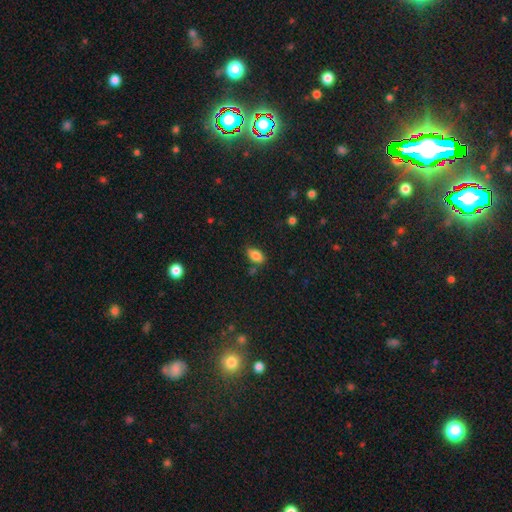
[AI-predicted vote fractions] smooth-or-featured: smooth: 84% | star or artifact: 9% | featured or disk: 7%
  how-rounded: in between: 90% | round: 7% | cigar-shaped: 2%
  merging: none: 75% | minor disturbance: 17% | merger: 5% | major disturbance: 3%